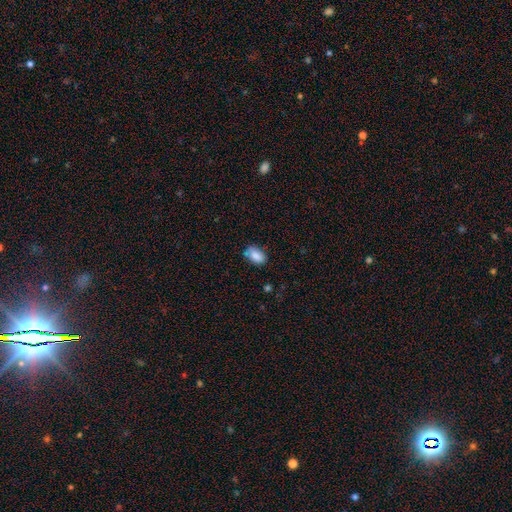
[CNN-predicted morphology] A smooth galaxy with no disk features (85%) that is in between round and cigar-shaped (90%).

Vote fractions:
- Smooth or featured? smooth: 85% / star or artifact: 8% / featured or disk: 8%
- How rounded? in between: 90% / round: 8% / cigar-shaped: 2%
- Merging? none: 71% / minor disturbance: 23% / major disturbance: 4% / merger: 3%